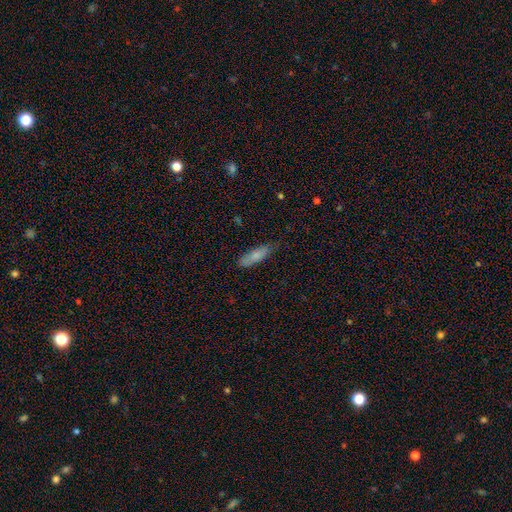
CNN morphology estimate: Overall: smooth (78%). How rounded: cigar-shaped (50%; in between 49%). Merging: none (70%).